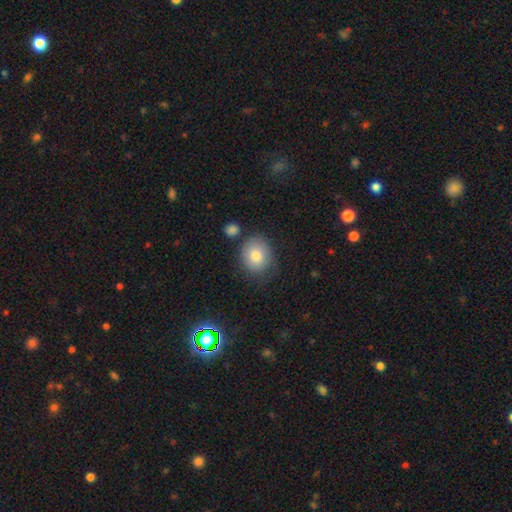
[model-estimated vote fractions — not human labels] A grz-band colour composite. It shows a smooth galaxy with no disk features (80%) that is round (64%). Merging: none (68%).